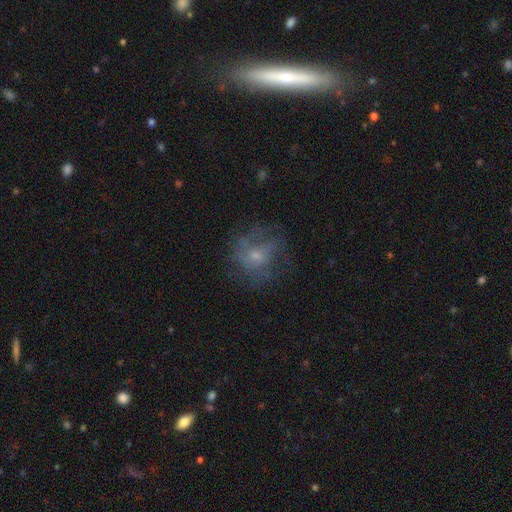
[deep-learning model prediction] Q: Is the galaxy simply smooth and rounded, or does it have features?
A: featured or disk — 53%.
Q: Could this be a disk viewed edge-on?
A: no — 97%.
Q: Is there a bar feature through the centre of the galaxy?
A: no — 76%.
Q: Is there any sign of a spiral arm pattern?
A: yes — 59%.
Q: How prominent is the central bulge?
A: small — 57%.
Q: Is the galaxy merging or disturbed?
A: none — 55%.